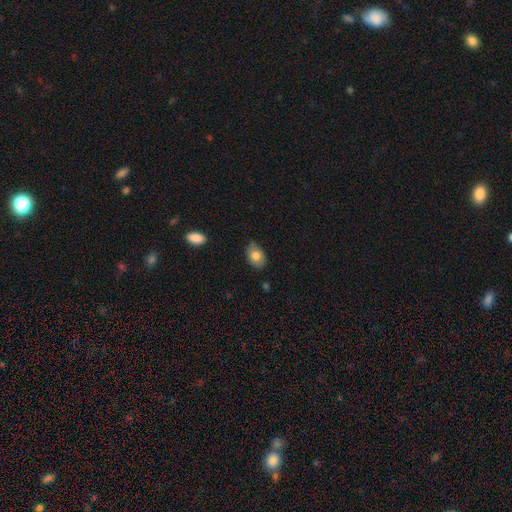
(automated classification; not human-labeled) Q: Smooth or featured?
A: smooth (79%); runner-up: featured or disk (14%)
Q: How rounded?
A: in between (86%); runner-up: round (13%)
Q: Merging?
A: none (74%); runner-up: minor disturbance (22%)